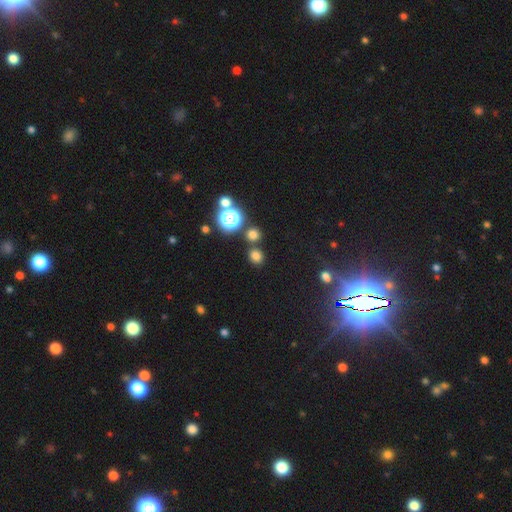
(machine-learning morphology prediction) Overall: smooth (72%). How rounded: round (83%). Merging: none (78%).